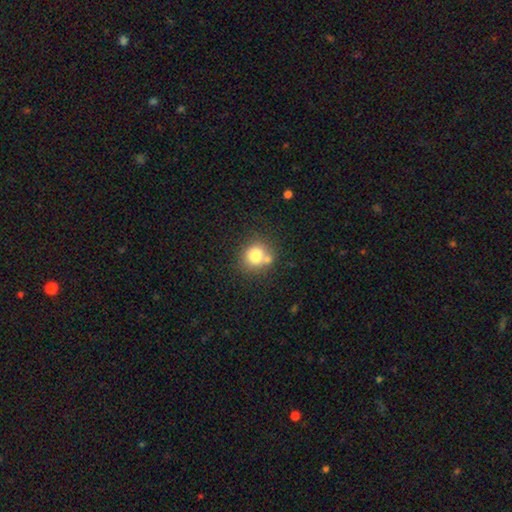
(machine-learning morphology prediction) Q: Smooth or featured?
A: smooth (78%); runner-up: featured or disk (11%)
Q: How rounded?
A: round (81%); runner-up: in between (18%)
Q: Merging?
A: none (59%); runner-up: merger (24%)